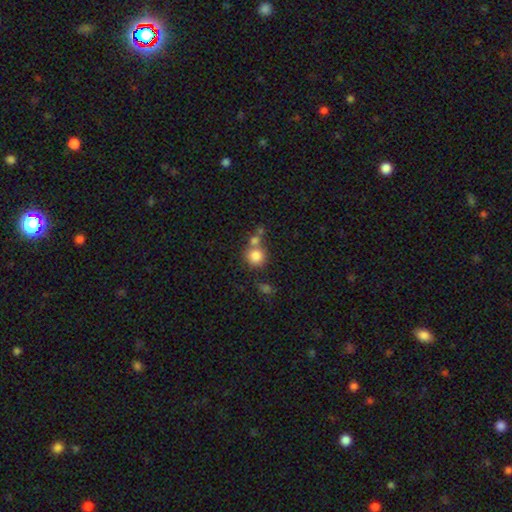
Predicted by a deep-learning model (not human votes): Smooth or featured? Predicted: smooth (p=0.81). How rounded? Predicted: round (p=0.88). Merging? Predicted: none (p=0.53).